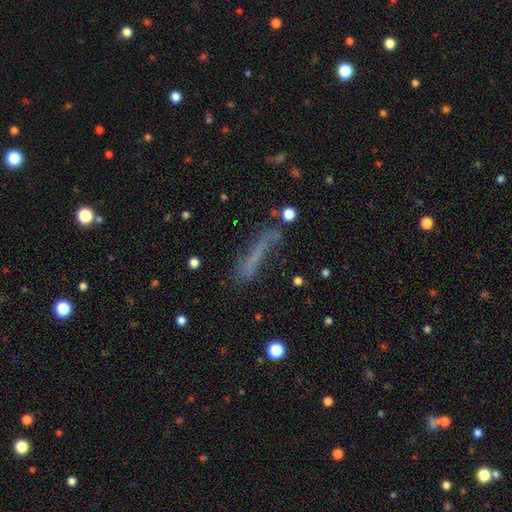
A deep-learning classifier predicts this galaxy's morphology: This is possibly a smooth galaxy (51%). How rounded: clearly cigar-shaped (86%). Merging: possibly none (50%).